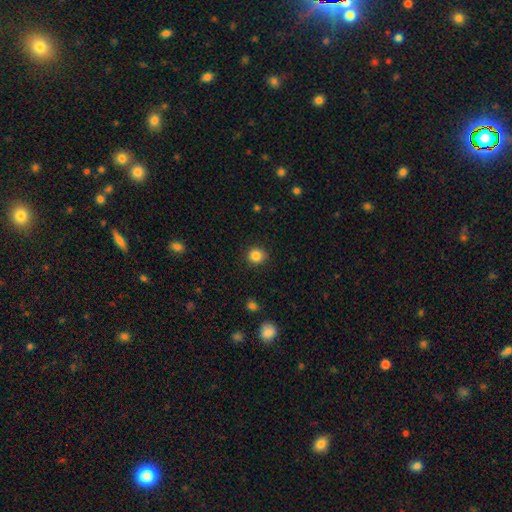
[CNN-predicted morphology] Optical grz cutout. It shows a smooth galaxy with no disk features (86%) that is round (87%). Merging: none (90%).